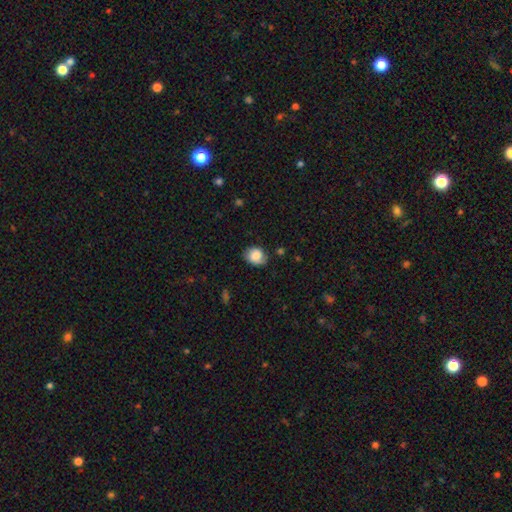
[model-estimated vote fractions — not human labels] smooth 77%, featured or disk 15%, star or artifact 8%. Down the decision tree: how rounded — round (52%); merging — none (68%).